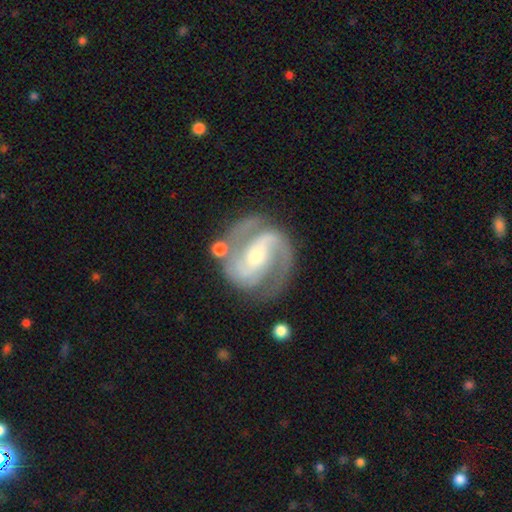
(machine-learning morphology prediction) Overall: featured or disk (91%). Edge-on disk: no (98%). Bar: strong (39%; weak 35%). Spiral arms: yes (98%). Spiral arm count: 2 (85%). Spiral winding: medium (55%; tight 32%). Bulge size: small (58%; moderate 38%). Merging: none (74%).